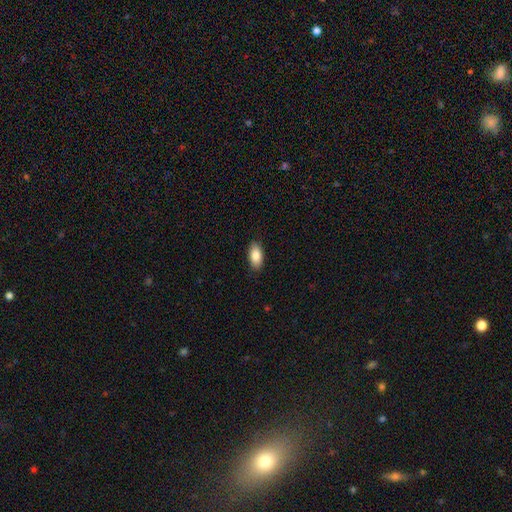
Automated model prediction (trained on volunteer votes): Smooth or featured? Predicted: smooth (p=0.85). How rounded? Predicted: in between (p=0.92). Merging? Predicted: none (p=0.88).